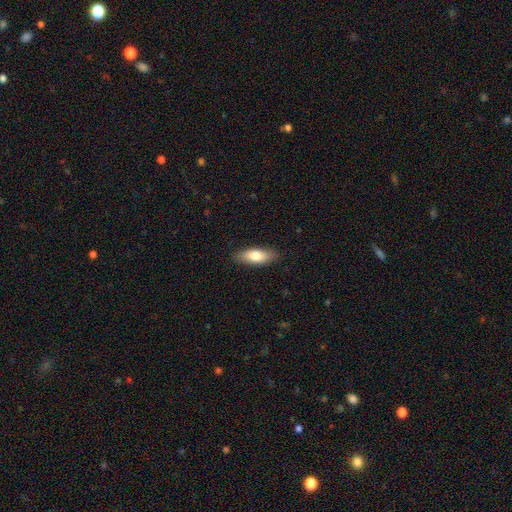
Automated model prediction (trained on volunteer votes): Smooth or featured: smooth — 78% (featured or disk — 17%)
How rounded: in between — 73% (cigar-shaped — 25%)
Merging: none — 87% (minor disturbance — 10%)